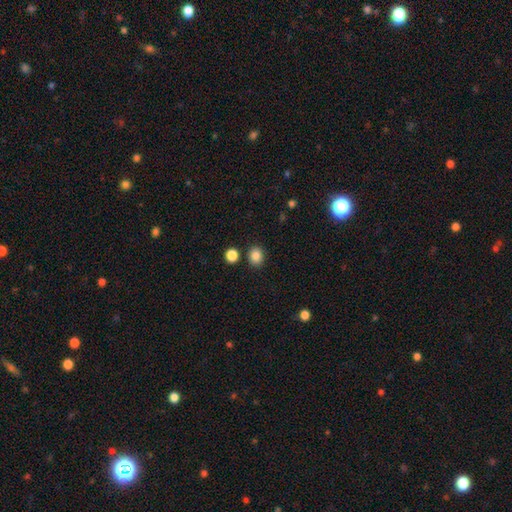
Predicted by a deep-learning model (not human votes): This is clearly a smooth galaxy (86%). How rounded: likely round (62%). Merging: clearly none (85%).